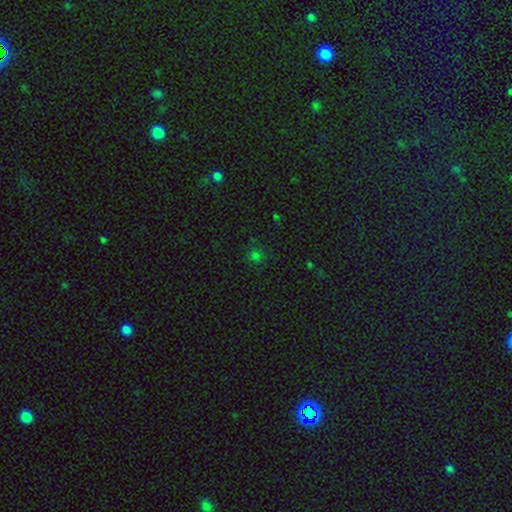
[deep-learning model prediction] smooth_or_featured: smooth (p=0.63) [alt: star or artifact p=0.32]
how_rounded: round (p=0.86) [alt: in between p=0.13]
merging: none (p=0.79) [alt: minor disturbance p=0.13]